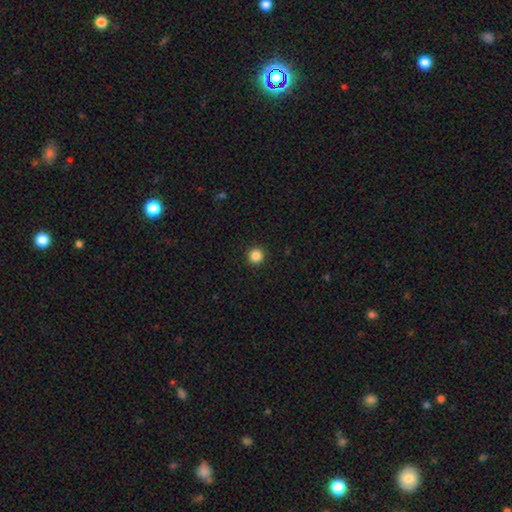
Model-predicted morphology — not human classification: smooth-or-featured: smooth: 85% | star or artifact: 11% | featured or disk: 3%
  how-rounded: round: 96% | in between: 3% | cigar-shaped: 1%
  merging: none: 93% | minor disturbance: 4% | major disturbance: 2% | merger: 1%